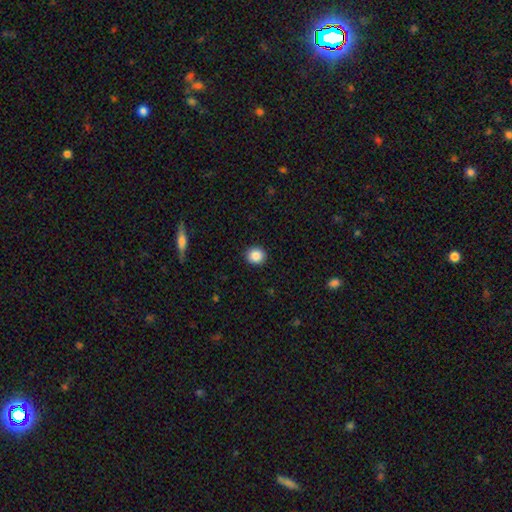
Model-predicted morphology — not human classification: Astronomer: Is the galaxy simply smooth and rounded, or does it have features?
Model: smooth — 88%.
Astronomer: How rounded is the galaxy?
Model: round — 86%.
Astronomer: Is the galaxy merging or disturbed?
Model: none — 92%.